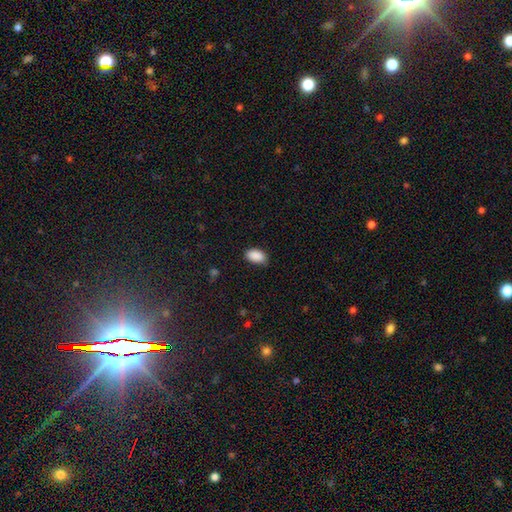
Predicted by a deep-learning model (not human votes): A smooth galaxy with no disk features (90%) that is in between round and cigar-shaped (93%). Merging: none (78%).